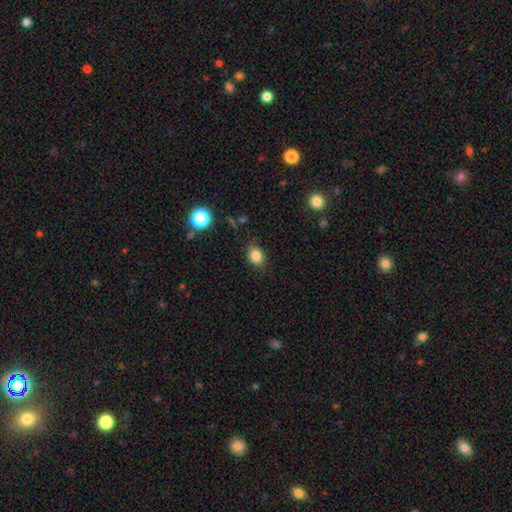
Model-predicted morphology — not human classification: smooth-or-featured: smooth: 83% | star or artifact: 11% | featured or disk: 5%
  how-rounded: in between: 55% | round: 44% | cigar-shaped: 1%
  merging: none: 82% | minor disturbance: 13% | major disturbance: 3% | merger: 2%